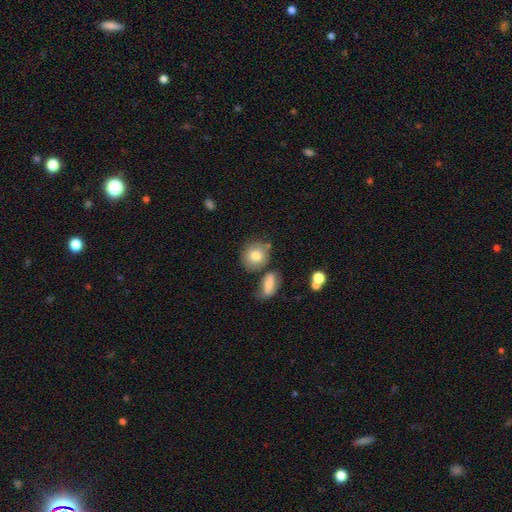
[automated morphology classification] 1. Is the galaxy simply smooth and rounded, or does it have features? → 78% smooth, 13% featured or disk, 9% star or artifact.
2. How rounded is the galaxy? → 78% round, 20% in between, 1% cigar-shaped.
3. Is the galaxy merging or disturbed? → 66% none, 15% merger, 14% minor disturbance, 4% major disturbance.